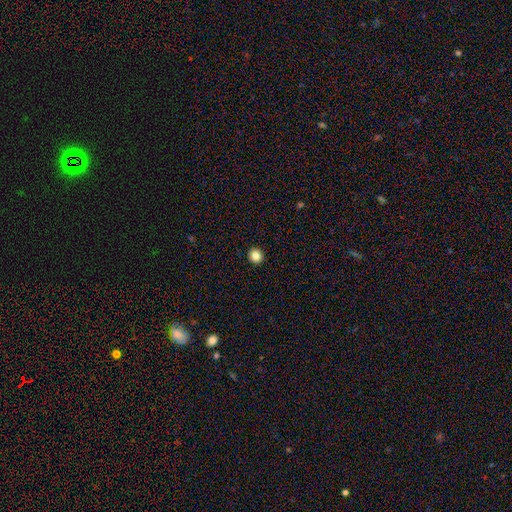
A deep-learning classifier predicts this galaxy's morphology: Smooth or featured?
  - smooth: 85% *
  - star or artifact: 11%
  - featured or disk: 4%
How rounded?
  - round: 92% *
  - in between: 7%
  - cigar-shaped: 1%
Merging?
  - none: 93% *
  - minor disturbance: 4%
  - major disturbance: 1%
  - merger: 1%